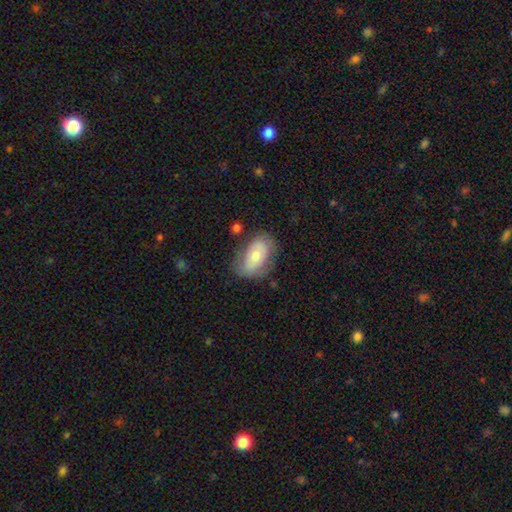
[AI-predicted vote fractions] Q: Smooth or featured?
A: smooth (59%); runner-up: featured or disk (34%)
Q: How rounded?
A: in between (90%); runner-up: round (8%)
Q: Merging?
A: none (66%); runner-up: minor disturbance (23%)